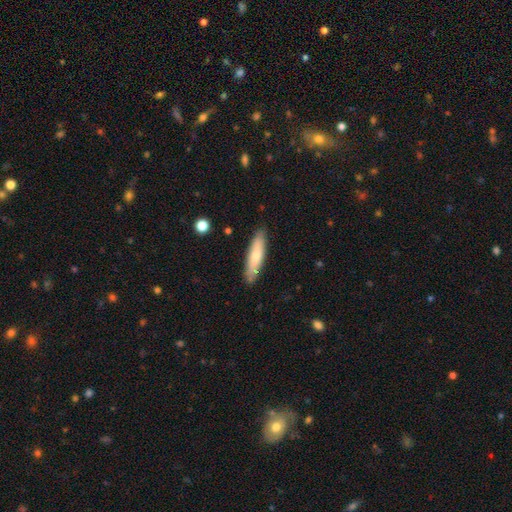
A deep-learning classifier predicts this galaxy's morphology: A smooth galaxy with no disk features (70%) that is cigar-shaped (77%).

Vote fractions:
- Smooth or featured? smooth: 70% / featured or disk: 24% / star or artifact: 5%
- How rounded? cigar-shaped: 77% / in between: 22% / round: 1%
- Merging? none: 84% / minor disturbance: 12% / major disturbance: 2% / merger: 2%